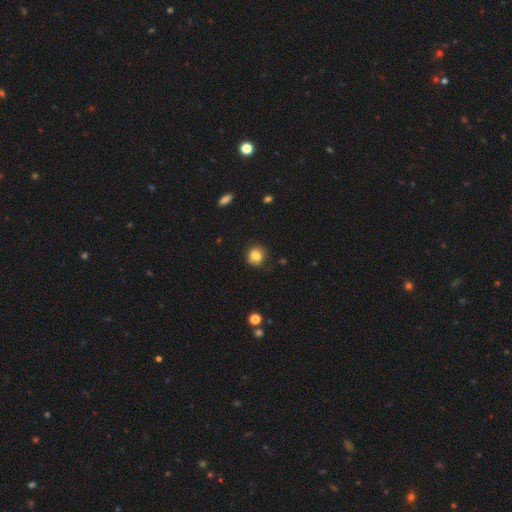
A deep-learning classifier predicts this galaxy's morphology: Q: Smooth or featured?
A: smooth (80%); runner-up: star or artifact (11%)
Q: How rounded?
A: round (83%); runner-up: in between (16%)
Q: Merging?
A: none (78%); runner-up: minor disturbance (17%)